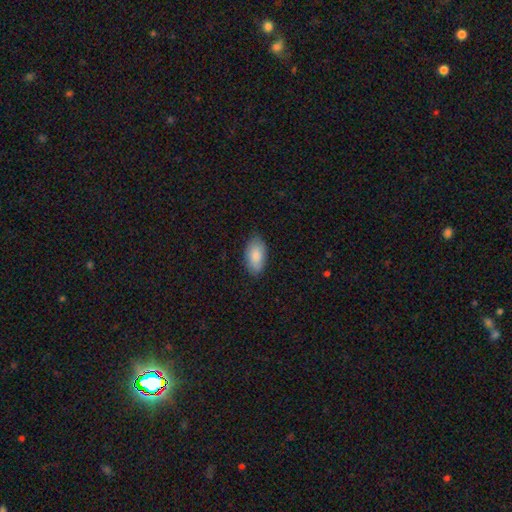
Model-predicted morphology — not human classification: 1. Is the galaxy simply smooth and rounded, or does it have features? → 86% smooth, 8% featured or disk, 6% star or artifact.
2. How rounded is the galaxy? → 94% in between, 3% cigar-shaped, 3% round.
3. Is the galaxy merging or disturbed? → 82% none, 14% minor disturbance, 3% major disturbance, 1% merger.